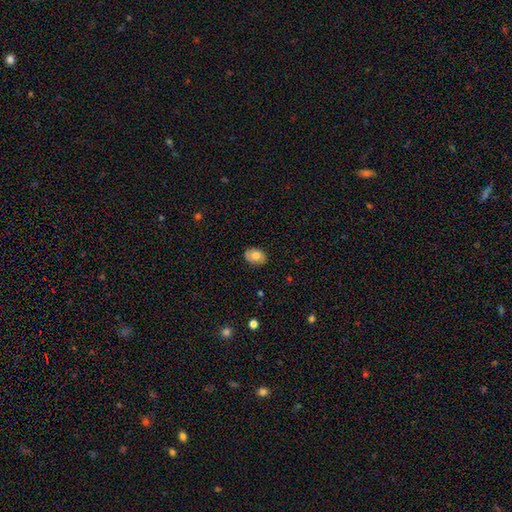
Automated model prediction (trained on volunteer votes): A smooth galaxy with no disk features (68%) that is in between round and cigar-shaped (72%).

Vote fractions:
- Smooth or featured? smooth: 68% / featured or disk: 24% / star or artifact: 8%
- How rounded? in between: 72% / round: 27% / cigar-shaped: 1%
- Merging? none: 85% / minor disturbance: 12% / major disturbance: 2% / merger: 1%